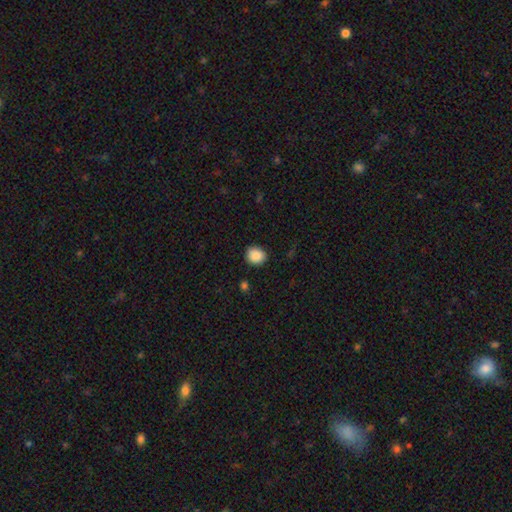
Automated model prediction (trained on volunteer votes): Smooth or featured? Predicted: smooth (p=0.89). How rounded? Predicted: round (p=0.73). Merging? Predicted: none (p=0.87).